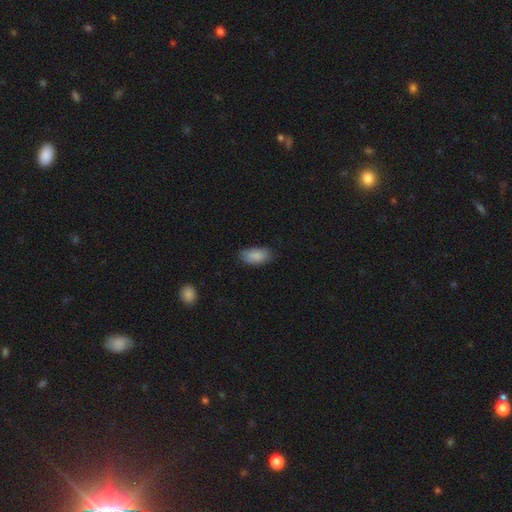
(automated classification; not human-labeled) smooth 88%, star or artifact 7%, featured or disk 5%. Down the decision tree: how rounded — in between (92%); merging — none (76%).